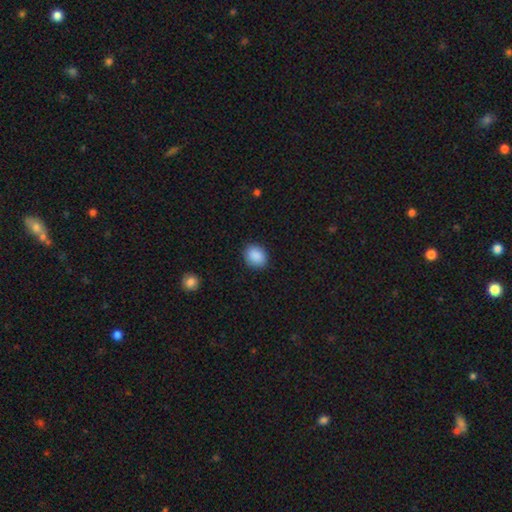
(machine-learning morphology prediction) Smooth or featured?
  - smooth: 89% *
  - star or artifact: 7%
  - featured or disk: 3%
How rounded?
  - in between: 50% *
  - round: 49%
  - cigar-shaped: 1%
Merging?
  - none: 88% *
  - minor disturbance: 9%
  - major disturbance: 2%
  - merger: 1%